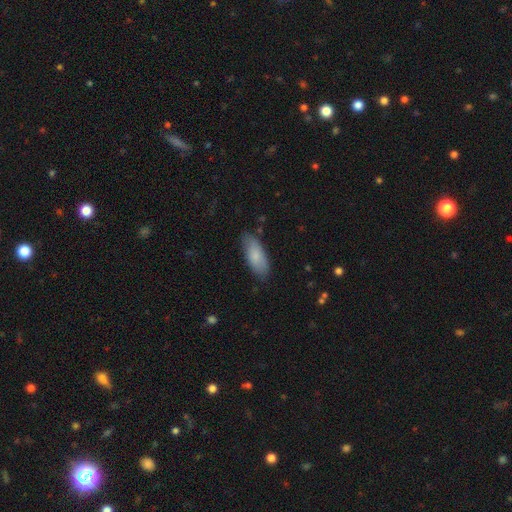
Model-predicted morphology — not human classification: This is clearly a smooth galaxy (81%). How rounded: likely in between (80%). Merging: likely none (76%).